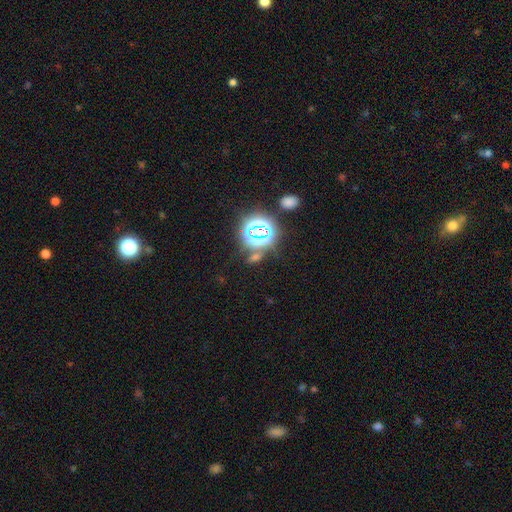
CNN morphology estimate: Smooth or featured: star or artifact — 71% (smooth — 19%)